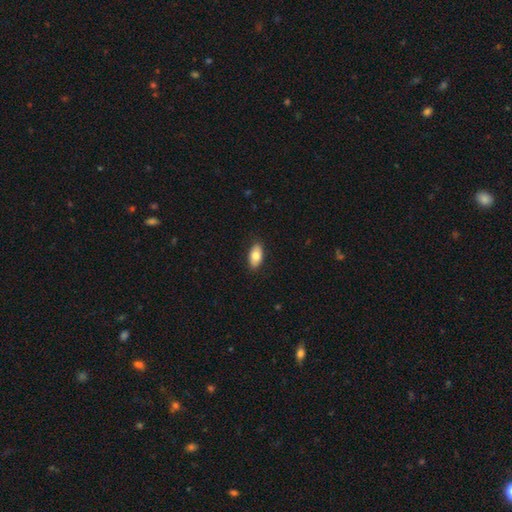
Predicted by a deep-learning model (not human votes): A smooth galaxy with no disk features (80%) that is in between round and cigar-shaped (92%). Merging: none (88%).